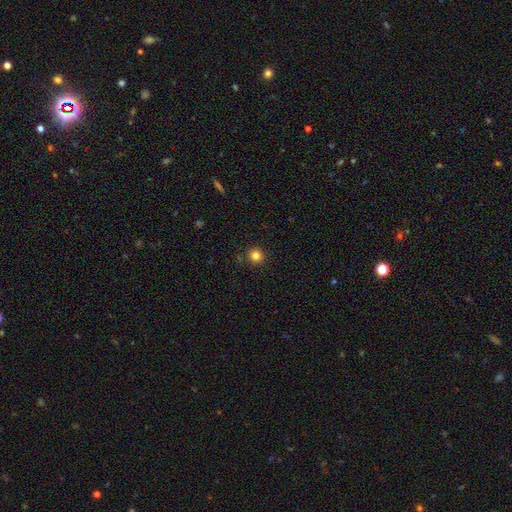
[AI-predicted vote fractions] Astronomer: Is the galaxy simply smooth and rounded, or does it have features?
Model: smooth — 82%.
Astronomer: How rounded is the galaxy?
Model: round — 94%.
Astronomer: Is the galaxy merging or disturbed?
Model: none — 90%.